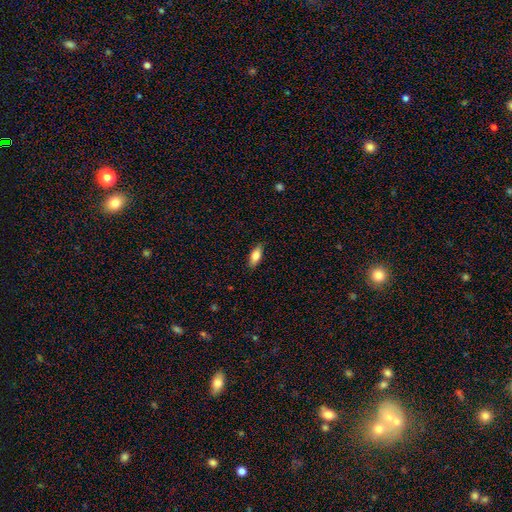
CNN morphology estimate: smooth_or_featured: smooth (p=0.79) [alt: featured or disk p=0.14]
how_rounded: in between (p=0.81) [alt: cigar-shaped p=0.16]
merging: none (p=0.84) [alt: minor disturbance p=0.12]